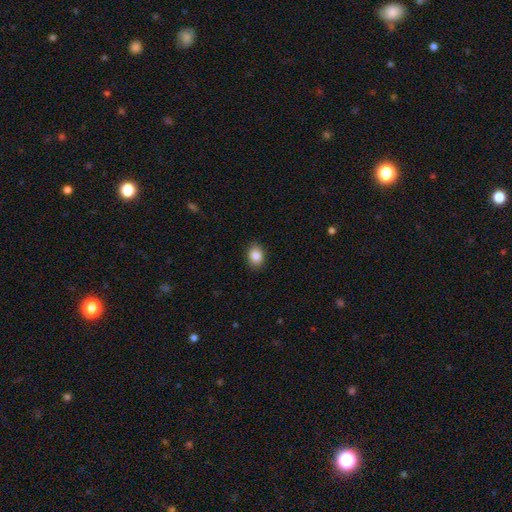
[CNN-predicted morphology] Smooth or featured? Predicted: smooth (p=0.86). How rounded? Predicted: in between (p=0.63). Merging? Predicted: none (p=0.90).